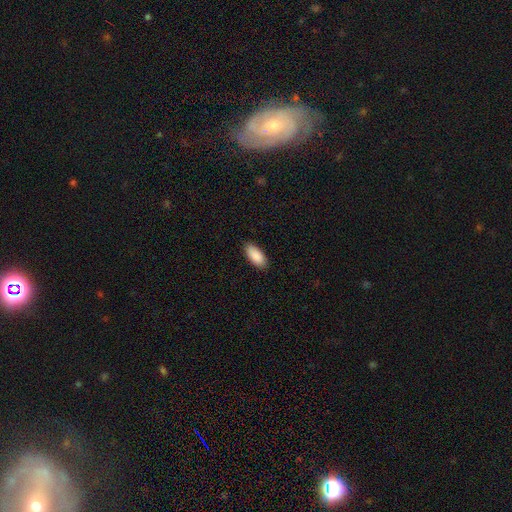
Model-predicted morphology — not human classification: This is clearly a smooth galaxy (90%). How rounded: clearly in between (90%). Merging: clearly none (88%).